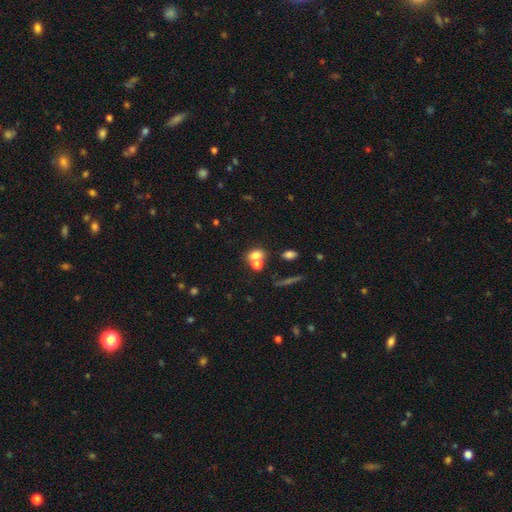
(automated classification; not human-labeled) Q: Smooth or featured?
A: smooth (70%); runner-up: featured or disk (17%)
Q: How rounded?
A: in between (63%); runner-up: round (34%)
Q: Merging?
A: merger (52%); runner-up: none (34%)